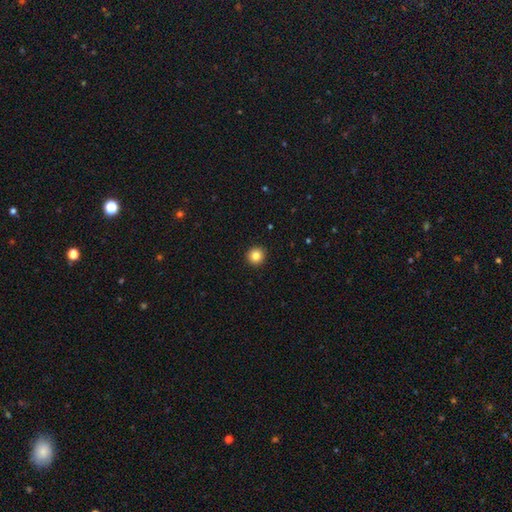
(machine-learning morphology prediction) This appears to be a smooth galaxy with no disk features (85%) that is round (95%). Merging: none (94%).